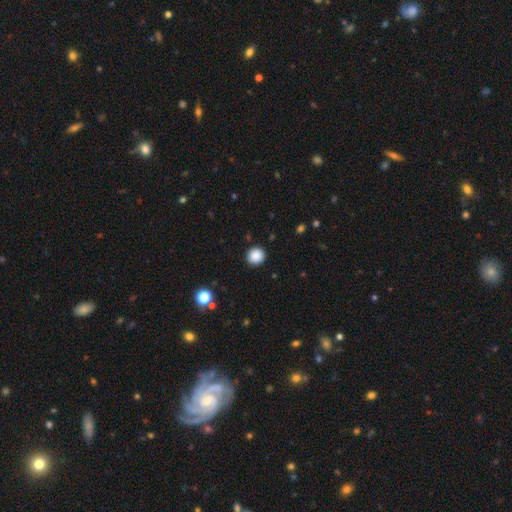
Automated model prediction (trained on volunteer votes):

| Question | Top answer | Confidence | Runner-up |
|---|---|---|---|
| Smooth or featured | smooth | 88% | star or artifact (10%) |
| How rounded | round | 92% | in between (7%) |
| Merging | none | 91% | minor disturbance (6%) |